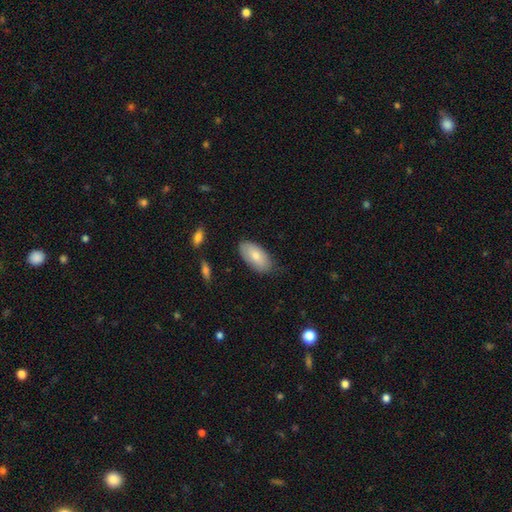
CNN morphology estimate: Smooth or featured: smooth — 77% (featured or disk — 17%)
How rounded: in between — 94% (cigar-shaped — 4%)
Merging: none — 74% (minor disturbance — 21%)